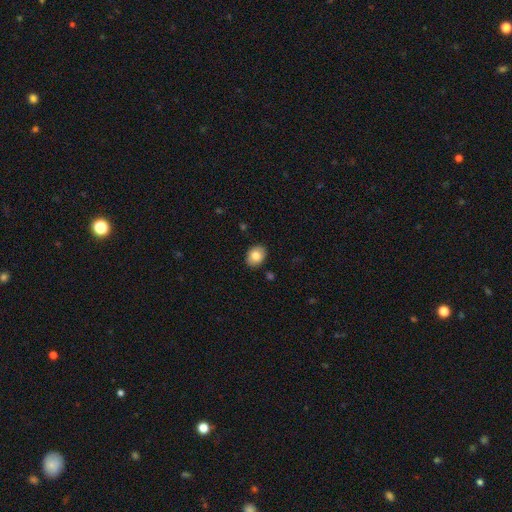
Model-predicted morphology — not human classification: Smooth or featured? Predicted: smooth (p=0.82). How rounded? Predicted: in between (p=0.64). Merging? Predicted: none (p=0.89).